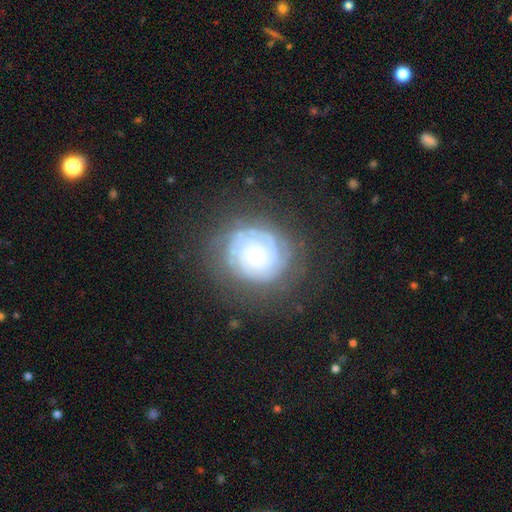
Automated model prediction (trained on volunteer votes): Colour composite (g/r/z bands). It shows a featured or disk galaxy (79%) with no bar (81%), tight (79%) spiral arms (92%) and a small central bulge (50%). Merging: none (74%).